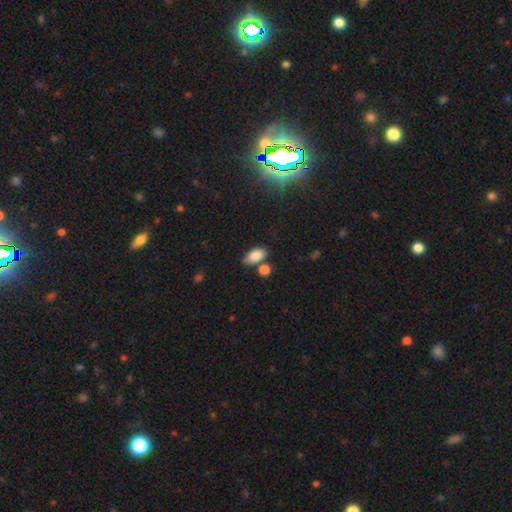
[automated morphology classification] Overall: smooth (83%). How rounded: in between (90%). Merging: none (63%).